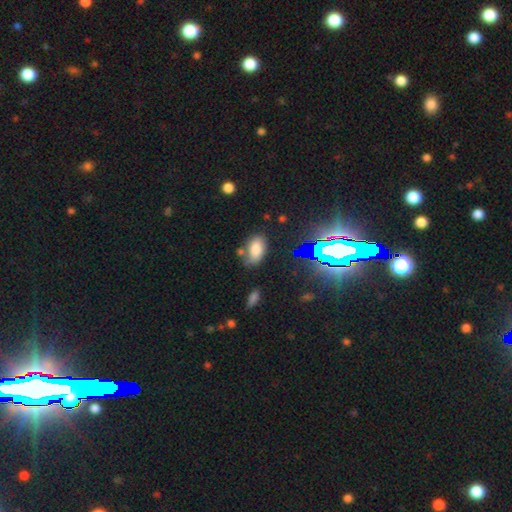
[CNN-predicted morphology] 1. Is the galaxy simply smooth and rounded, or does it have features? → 76% smooth, 15% star or artifact, 9% featured or disk.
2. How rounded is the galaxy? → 92% in between, 6% round, 2% cigar-shaped.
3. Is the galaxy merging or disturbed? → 69% none, 18% minor disturbance, 9% merger, 5% major disturbance.